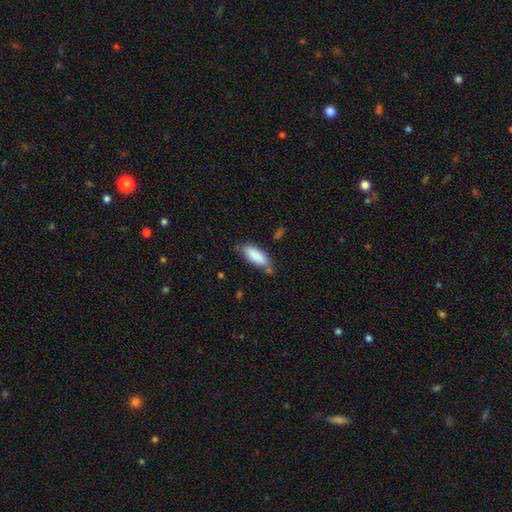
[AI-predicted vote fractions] A smooth galaxy with no disk features (87%) that is in between round and cigar-shaped (72%).

Vote fractions:
- Smooth or featured? smooth: 87% / featured or disk: 7% / star or artifact: 6%
- How rounded? in between: 72% / cigar-shaped: 26% / round: 2%
- Merging? none: 64% / minor disturbance: 24% / merger: 7% / major disturbance: 5%